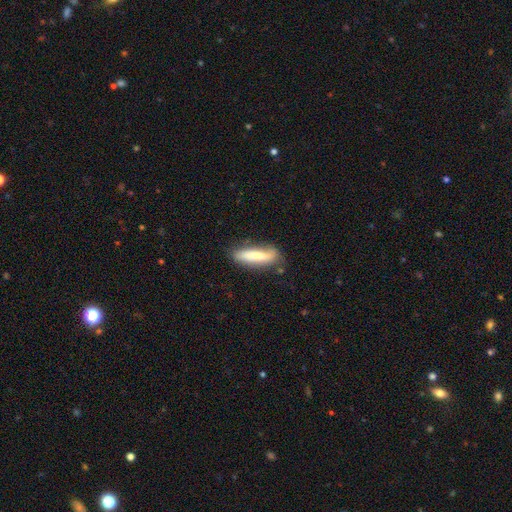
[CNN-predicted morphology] Smooth or featured?
  - smooth: 68% *
  - featured or disk: 26%
  - star or artifact: 6%
How rounded?
  - cigar-shaped: 74% *
  - in between: 25%
  - round: 2%
Merging?
  - none: 71% *
  - minor disturbance: 21%
  - major disturbance: 5%
  - merger: 3%